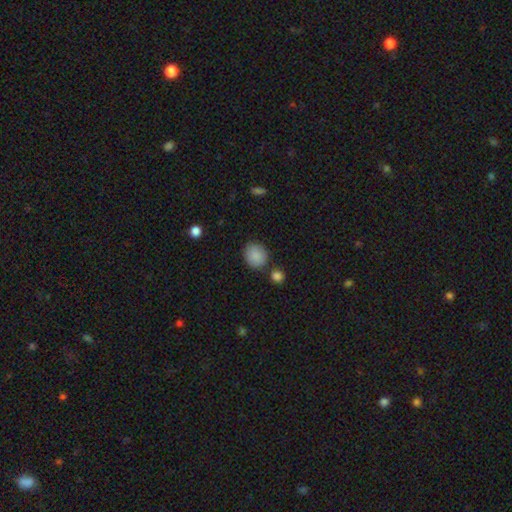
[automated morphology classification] A smooth galaxy with no disk features (88%) that is round (70%).

Vote fractions:
- Smooth or featured? smooth: 88% / star or artifact: 8% / featured or disk: 4%
- How rounded? round: 70% / in between: 29% / cigar-shaped: 1%
- Merging? none: 79% / minor disturbance: 11% / merger: 7% / major disturbance: 3%